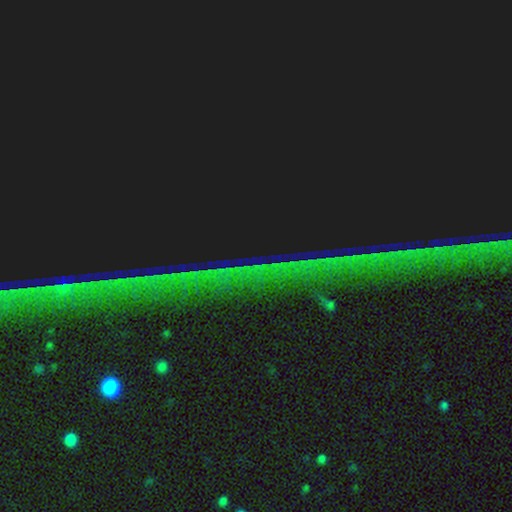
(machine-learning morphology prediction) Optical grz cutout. It shows a star or artifact, not a galaxy (85%).